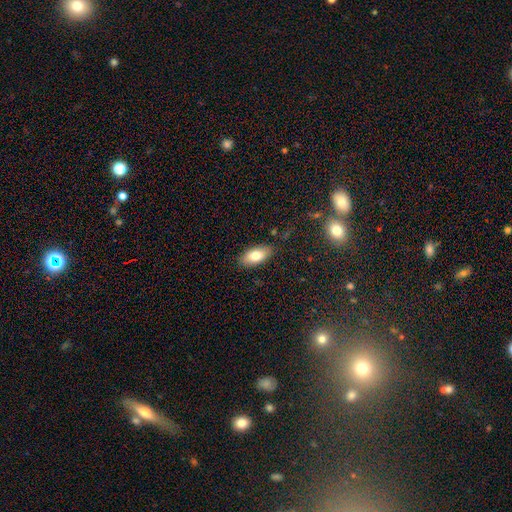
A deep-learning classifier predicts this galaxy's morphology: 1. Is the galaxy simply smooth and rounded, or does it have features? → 77% smooth, 16% featured or disk, 7% star or artifact.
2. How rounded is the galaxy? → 90% in between, 7% cigar-shaped, 3% round.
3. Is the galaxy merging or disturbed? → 86% none, 10% minor disturbance, 2% major disturbance, 1% merger.